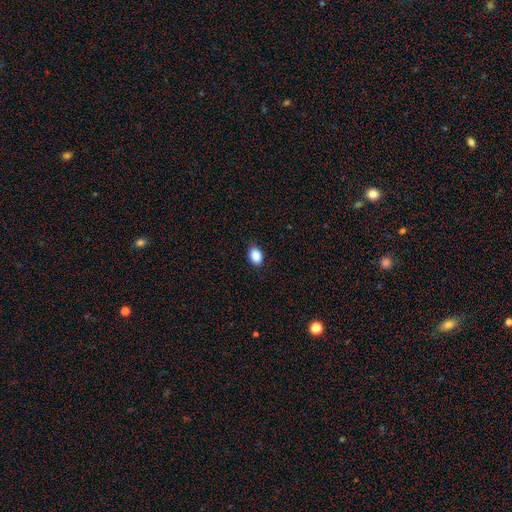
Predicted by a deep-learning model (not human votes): Q: Smooth or featured?
A: smooth (89%); runner-up: star or artifact (8%)
Q: How rounded?
A: in between (76%); runner-up: round (23%)
Q: Merging?
A: none (88%); runner-up: minor disturbance (9%)